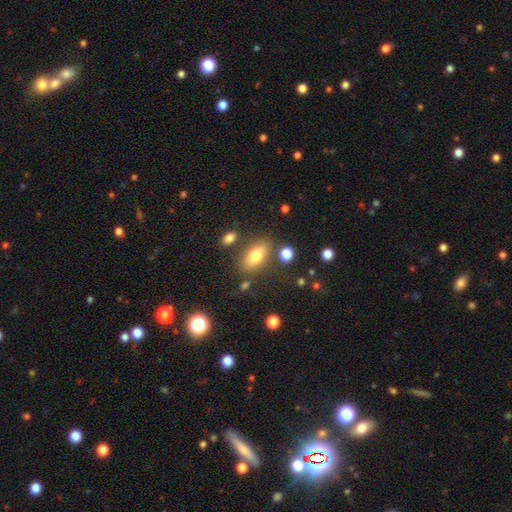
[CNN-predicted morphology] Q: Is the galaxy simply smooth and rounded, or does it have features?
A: smooth — 77%.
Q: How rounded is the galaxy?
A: in between — 86%.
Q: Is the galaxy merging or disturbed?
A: none — 77%.